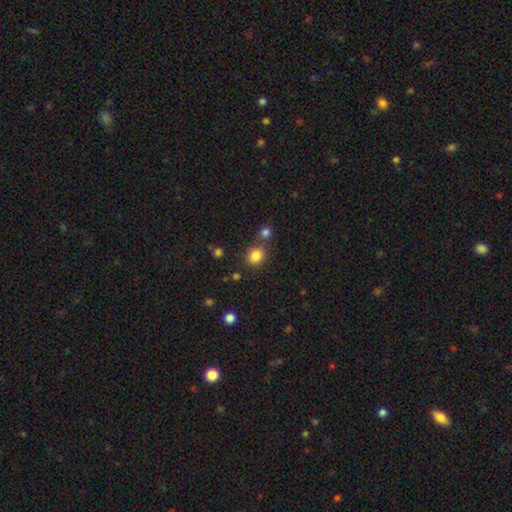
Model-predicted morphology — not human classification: smooth_or_featured: smooth (p=0.83) [alt: star or artifact p=0.12]
how_rounded: round (p=0.80) [alt: in between p=0.19]
merging: none (p=0.70) [alt: merger p=0.18]